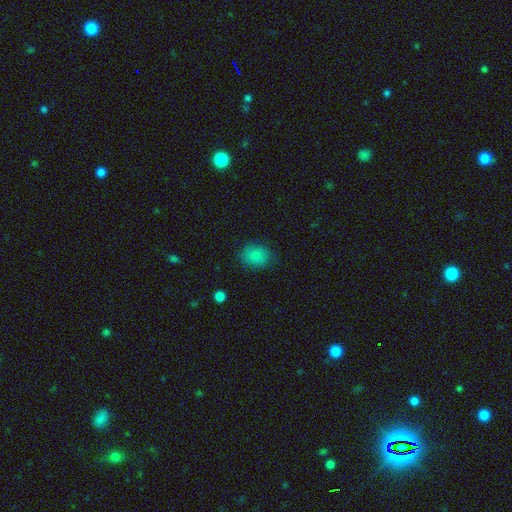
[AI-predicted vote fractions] smooth 84%, star or artifact 11%, featured or disk 5%. Down the decision tree: how rounded — in between (52%); merging — none (80%).